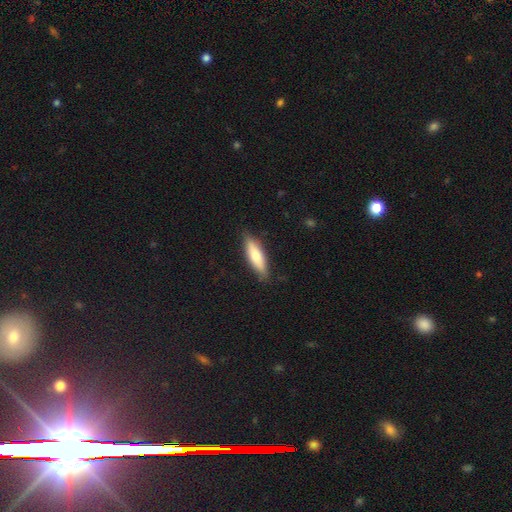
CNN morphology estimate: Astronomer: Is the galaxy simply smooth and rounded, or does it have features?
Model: smooth — 69%.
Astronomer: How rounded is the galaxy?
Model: cigar-shaped — 56% (runner-up: in between, 42%).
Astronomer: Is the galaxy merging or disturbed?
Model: none — 84%.